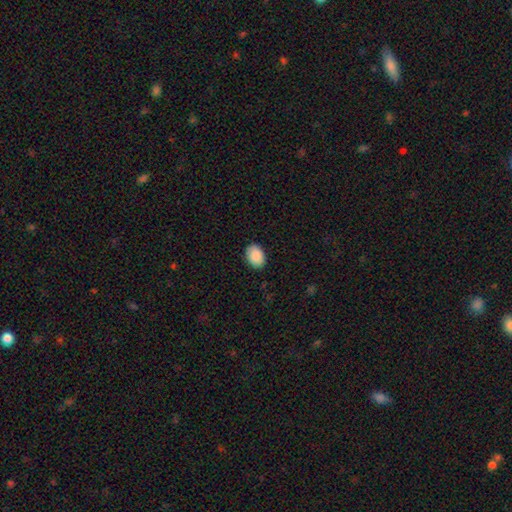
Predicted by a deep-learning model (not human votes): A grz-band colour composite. It shows a smooth galaxy with no disk features (90%) that is in between round and cigar-shaped (79%). Merging: none (88%).